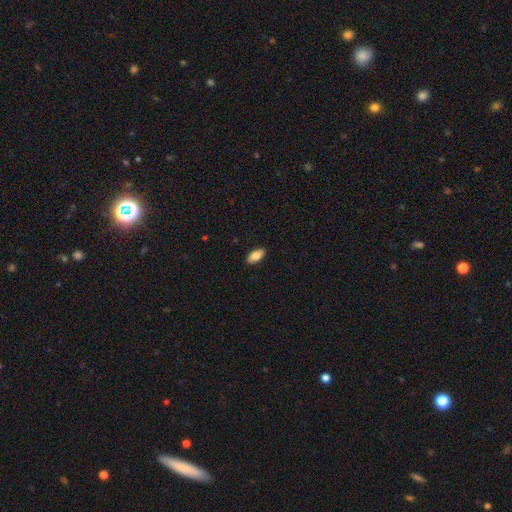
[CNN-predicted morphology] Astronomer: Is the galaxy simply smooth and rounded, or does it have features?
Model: smooth — 82%.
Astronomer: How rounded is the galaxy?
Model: in between — 93%.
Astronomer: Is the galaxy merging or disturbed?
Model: none — 89%.